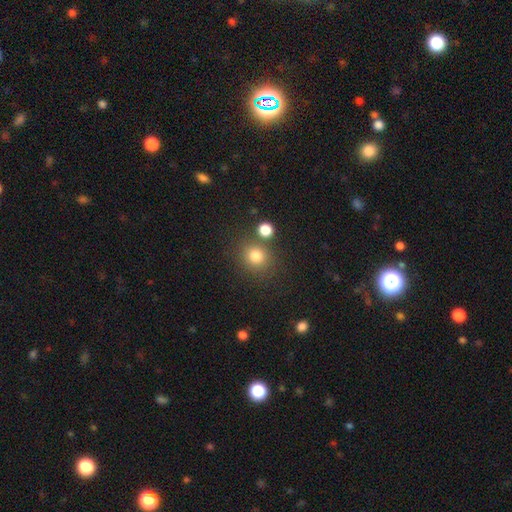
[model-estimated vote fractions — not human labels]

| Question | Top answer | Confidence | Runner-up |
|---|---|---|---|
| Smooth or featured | smooth | 79% | star or artifact (14%) |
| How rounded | round | 85% | in between (15%) |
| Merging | none | 75% | merger (12%) |